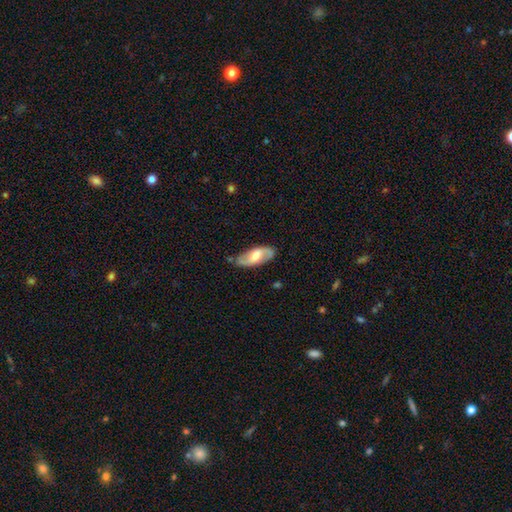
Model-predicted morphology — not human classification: Smooth or featured? Predicted: featured or disk (p=0.65). Edge-on disk? Predicted: no (p=0.91). Bar? Predicted: weak (p=0.48). Spiral arms? Predicted: yes (p=0.88). Spiral winding? Predicted: medium (p=0.42). Spiral arm count? Predicted: 2 (p=0.88). Bulge size? Predicted: moderate (p=0.56). Merging? Predicted: none (p=0.78).